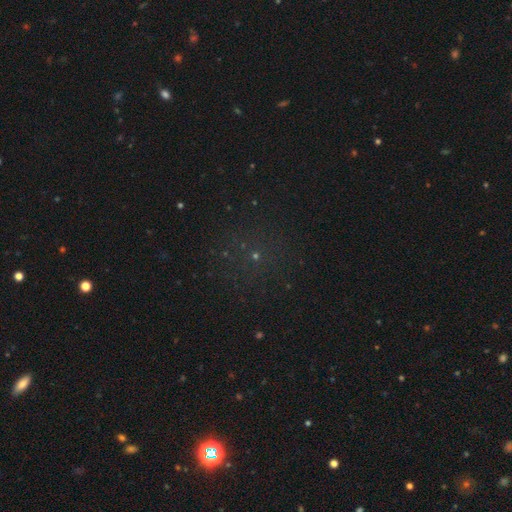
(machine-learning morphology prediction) This appears to be a star or artifact, not a galaxy (55%).